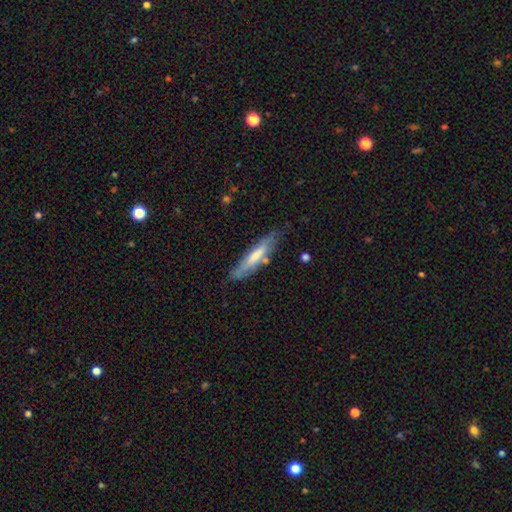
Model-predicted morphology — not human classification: Overall: smooth (57%; featured or disk 37%). How rounded: cigar-shaped (84%). Merging: none (73%).